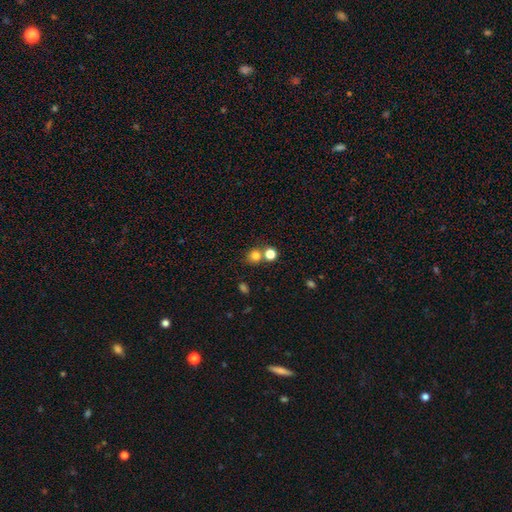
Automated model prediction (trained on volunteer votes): Smooth or featured? smooth (77%)
How rounded? round (81%)
Merging? none (60%)